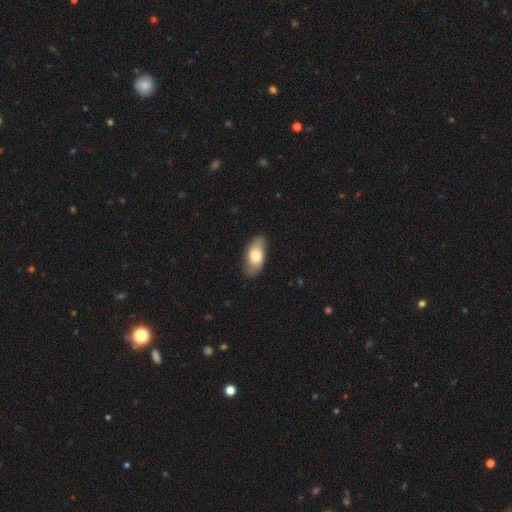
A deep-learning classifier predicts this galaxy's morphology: smooth-or-featured: smooth: 70% | featured or disk: 24% | star or artifact: 6%
  how-rounded: in between: 90% | cigar-shaped: 6% | round: 4%
  merging: none: 79% | minor disturbance: 17% | major disturbance: 3% | merger: 1%